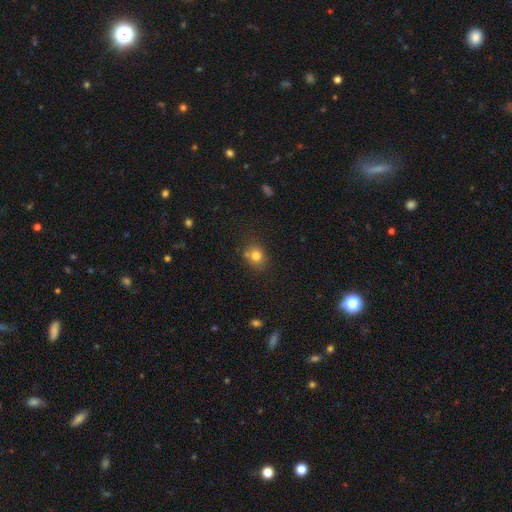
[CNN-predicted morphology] Overall: smooth (80%). How rounded: round (71%). Merging: none (70%).